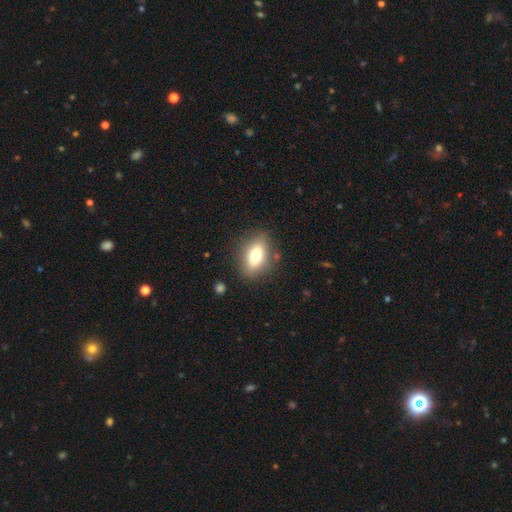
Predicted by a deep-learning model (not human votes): Smooth or featured? Predicted: smooth (p=0.72). How rounded? Predicted: in between (p=0.79). Merging? Predicted: none (p=0.82).